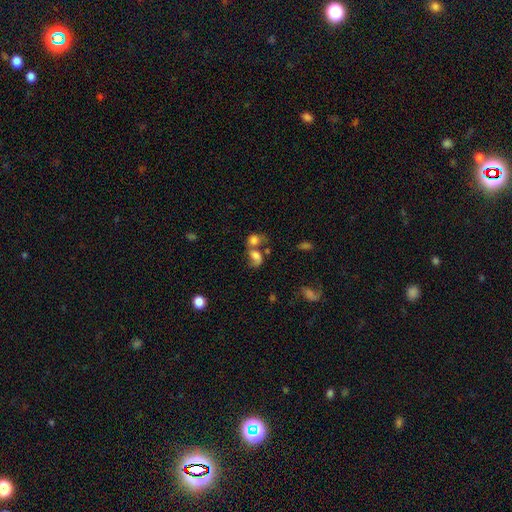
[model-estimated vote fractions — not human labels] This is likely a smooth galaxy (60%). How rounded: likely in between (65%). Merging: possibly merger (57%).